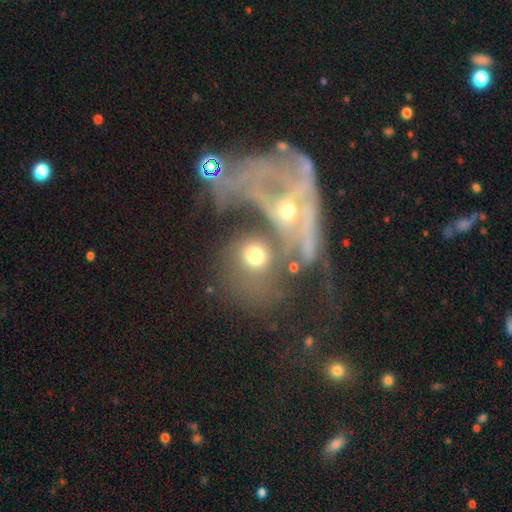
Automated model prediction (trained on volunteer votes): Smooth or featured? smooth (52%)
How rounded? round (70%)
Merging? merger (51%)